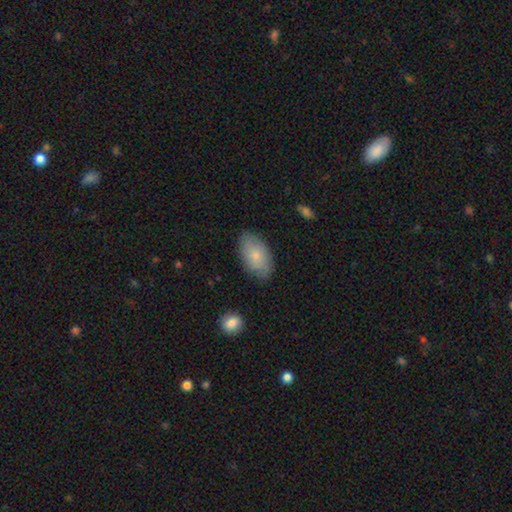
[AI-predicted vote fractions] Smooth or featured: smooth — 76% (featured or disk — 18%)
How rounded: in between — 94% (round — 5%)
Merging: none — 78% (minor disturbance — 17%)